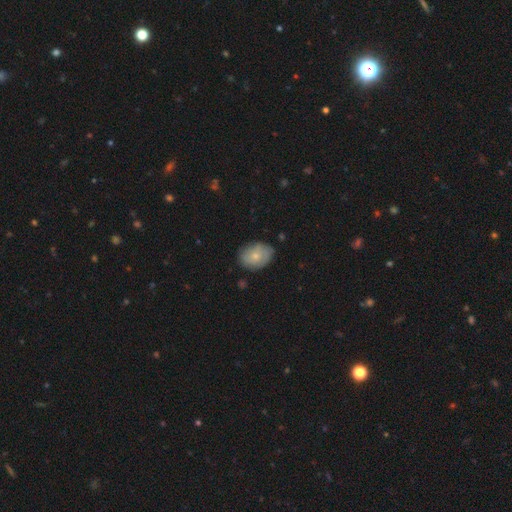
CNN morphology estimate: Overall: smooth (65%; featured or disk 28%). How rounded: in between (71%). Merging: none (73%).